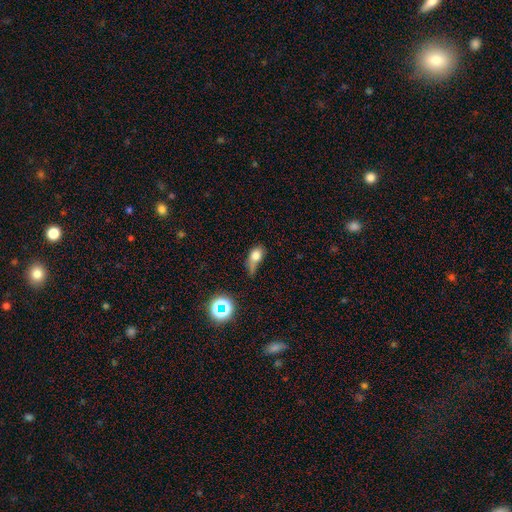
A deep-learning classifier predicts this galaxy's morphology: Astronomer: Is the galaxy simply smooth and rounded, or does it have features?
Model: smooth — 71%.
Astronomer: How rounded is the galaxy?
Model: in between — 66%.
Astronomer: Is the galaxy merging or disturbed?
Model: major disturbance — 33% (runner-up: minor disturbance, 32%).